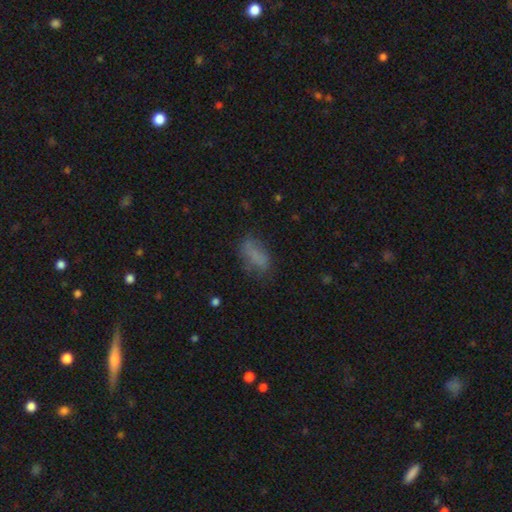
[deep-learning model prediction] smooth 70%, featured or disk 17%, star or artifact 13%. Down the decision tree: how rounded — in between (84%); merging — none (56%).